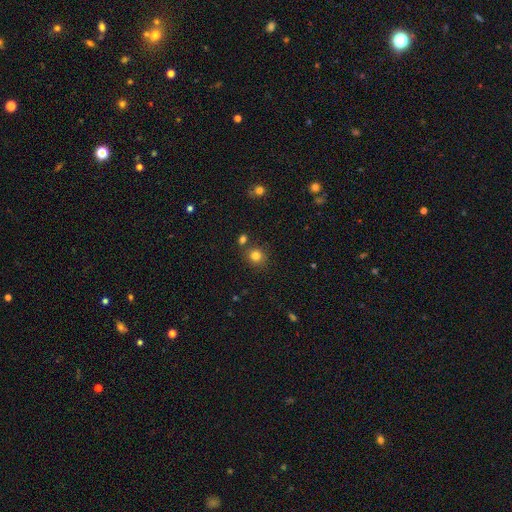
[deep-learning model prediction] Morphology: type=smooth (81%); roundness=round (82%); merging=none (79%).